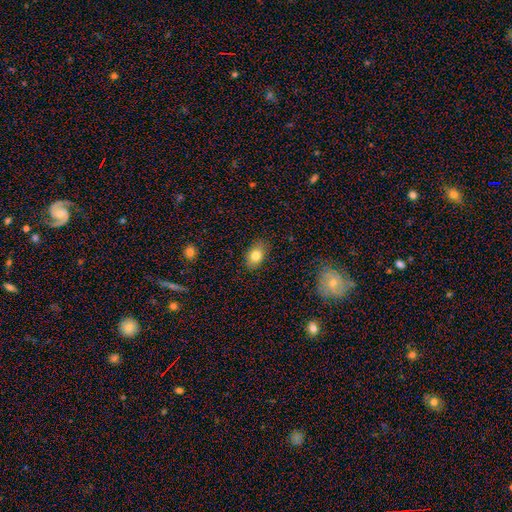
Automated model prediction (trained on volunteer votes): Smooth or featured: smooth — 80% (featured or disk — 11%)
How rounded: in between — 83% (round — 16%)
Merging: none — 86% (minor disturbance — 11%)